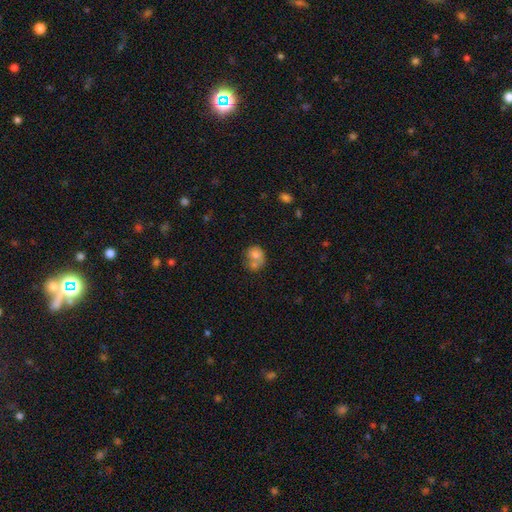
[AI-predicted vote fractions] This appears to be a smooth galaxy with no disk features (68%) that is round (63%). Merging: merger (44%).